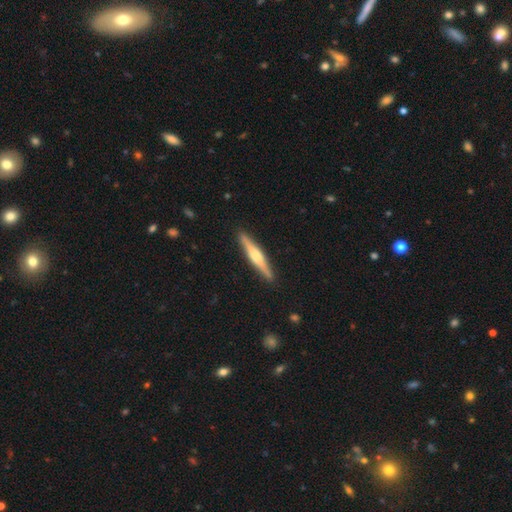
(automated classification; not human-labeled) smooth-or-featured: featured or disk: 63% | smooth: 32% | star or artifact: 5%
  disk-edge-on: yes: 98% | no: 2%
    edge-on-bulge: rounded: 76% | boxy: 16% | none: 8%
  merging: none: 91% | minor disturbance: 7% | major disturbance: 1% | merger: 1%